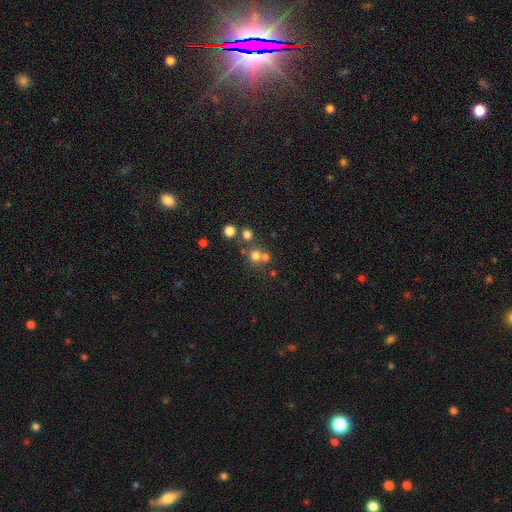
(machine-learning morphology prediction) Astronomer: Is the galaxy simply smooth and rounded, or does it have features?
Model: smooth — 67%.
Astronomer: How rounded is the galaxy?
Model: round — 90%.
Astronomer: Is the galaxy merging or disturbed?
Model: none — 58%.